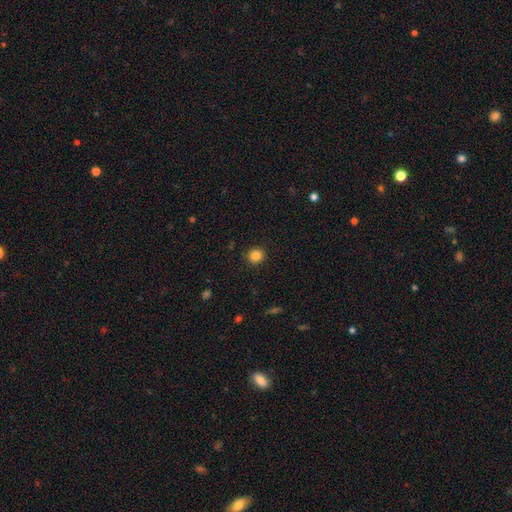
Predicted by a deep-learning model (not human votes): Q: Smooth or featured?
A: smooth (85%); runner-up: star or artifact (11%)
Q: How rounded?
A: round (88%); runner-up: in between (11%)
Q: Merging?
A: none (89%); runner-up: minor disturbance (7%)